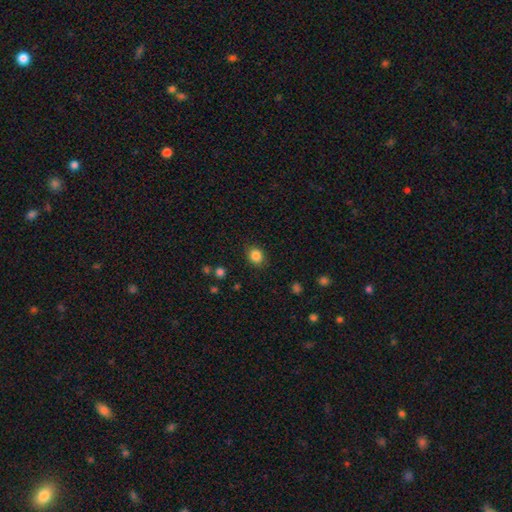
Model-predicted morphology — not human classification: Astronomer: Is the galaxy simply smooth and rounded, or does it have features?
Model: smooth — 85%.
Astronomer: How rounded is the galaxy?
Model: round — 59% (runner-up: in between, 40%).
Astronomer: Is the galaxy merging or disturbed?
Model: none — 85%.